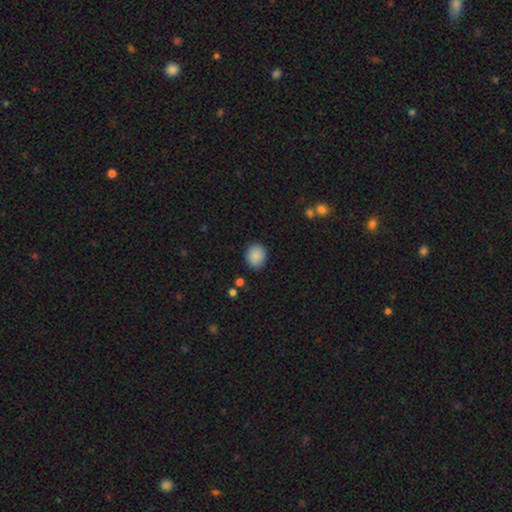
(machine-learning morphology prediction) smooth_or_featured: smooth (p=0.88) [alt: star or artifact p=0.08]
how_rounded: round (p=0.66) [alt: in between p=0.33]
merging: none (p=0.86) [alt: minor disturbance p=0.10]